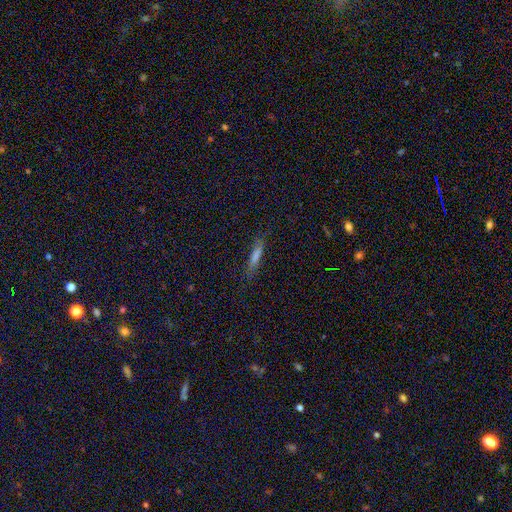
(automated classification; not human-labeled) A smooth galaxy with no disk features (59%) that is cigar-shaped (87%).

Vote fractions:
- Smooth or featured? smooth: 59% / featured or disk: 27% / star or artifact: 14%
- How rounded? cigar-shaped: 87% / in between: 11% / round: 2%
- Merging? none: 79% / minor disturbance: 15% / major disturbance: 4% / merger: 2%